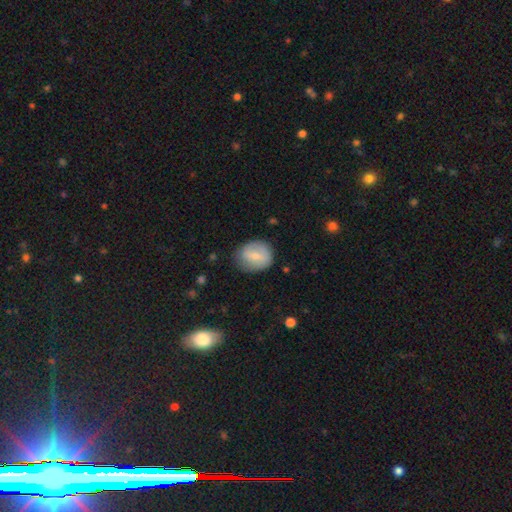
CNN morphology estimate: Q: Smooth or featured?
A: smooth (71%); runner-up: featured or disk (22%)
Q: How rounded?
A: round (56%); runner-up: in between (43%)
Q: Merging?
A: none (74%); runner-up: minor disturbance (19%)